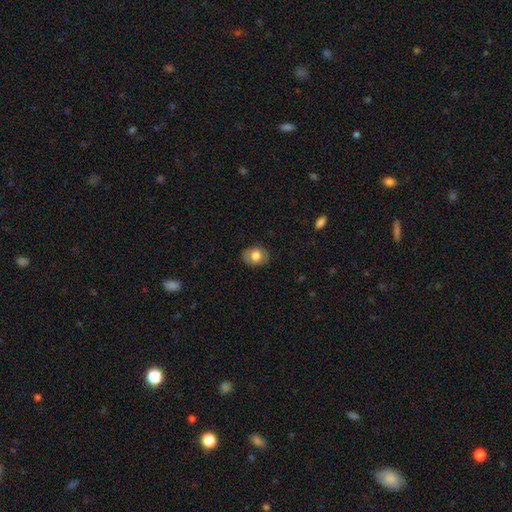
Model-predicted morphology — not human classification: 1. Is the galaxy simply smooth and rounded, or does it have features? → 74% smooth, 18% featured or disk, 8% star or artifact.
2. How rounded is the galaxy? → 58% in between, 41% round, 1% cigar-shaped.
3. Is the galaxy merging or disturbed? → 84% none, 12% minor disturbance, 3% major disturbance, 1% merger.